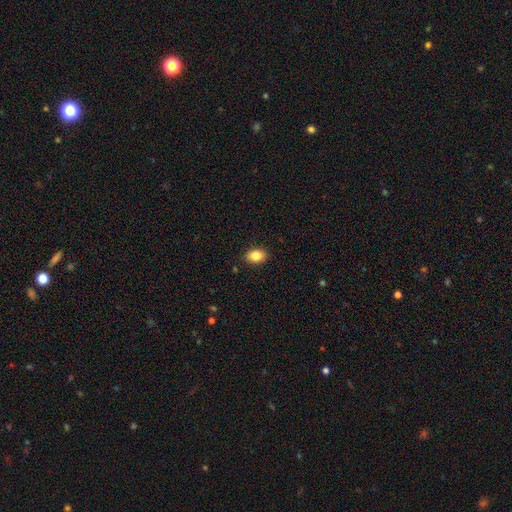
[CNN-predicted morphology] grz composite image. It shows a smooth galaxy with no disk features (85%) that is in between round and cigar-shaped (79%). Merging: none (89%).